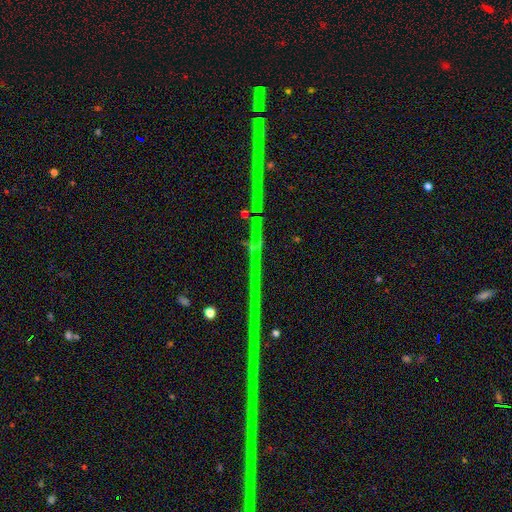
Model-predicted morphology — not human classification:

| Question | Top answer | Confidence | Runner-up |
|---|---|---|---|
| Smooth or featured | star or artifact | 88% | featured or disk (8%) |